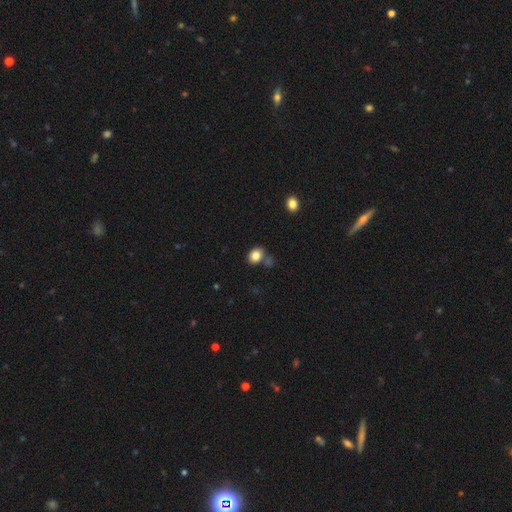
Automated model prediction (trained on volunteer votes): Overall: smooth (84%). How rounded: in between (56%; round 43%). Merging: none (67%).